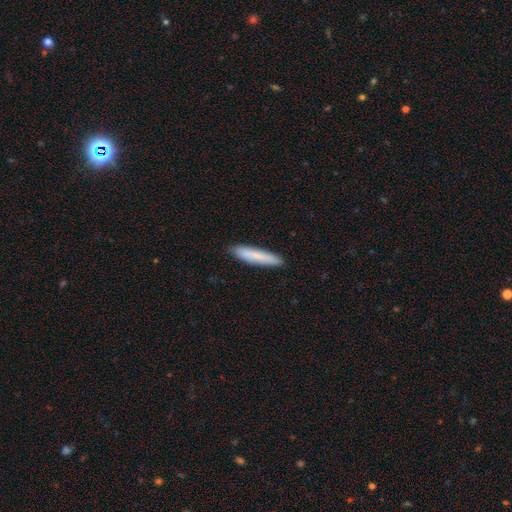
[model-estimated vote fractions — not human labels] smooth 79%, featured or disk 15%, star or artifact 6%. Down the decision tree: how rounded — cigar-shaped (88%); merging — none (89%).